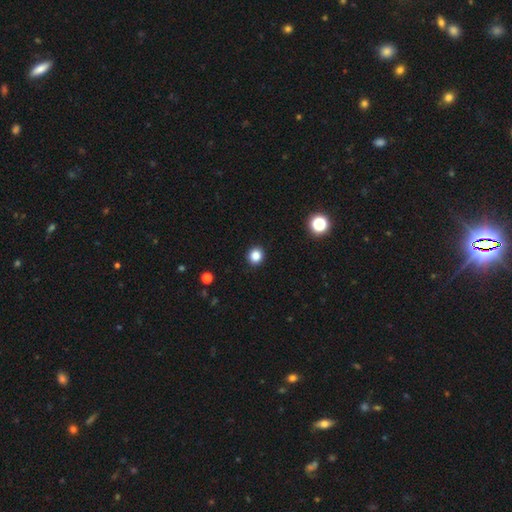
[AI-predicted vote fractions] Smooth or featured? Predicted: smooth (p=0.85). How rounded? Predicted: round (p=0.89). Merging? Predicted: none (p=0.93).